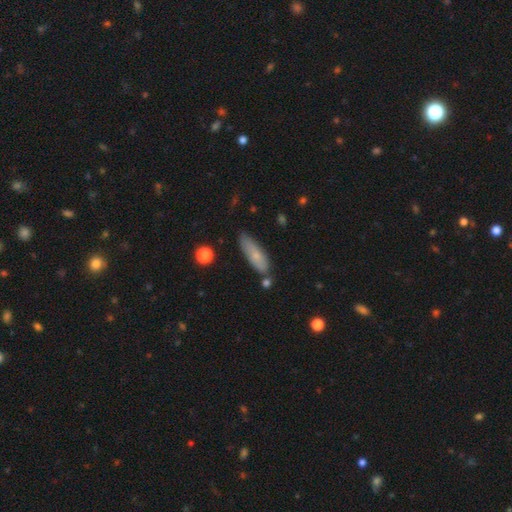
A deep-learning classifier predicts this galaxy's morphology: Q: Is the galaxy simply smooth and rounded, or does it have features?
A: smooth — 73%.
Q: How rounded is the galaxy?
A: cigar-shaped — 51%.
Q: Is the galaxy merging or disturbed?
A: none — 71%.